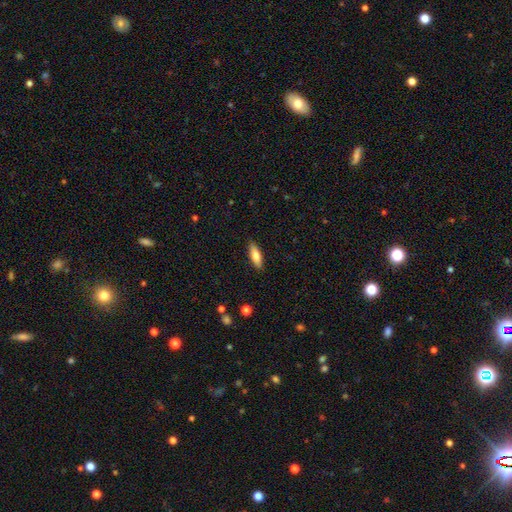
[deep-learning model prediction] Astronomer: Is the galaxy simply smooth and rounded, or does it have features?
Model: smooth — 75%.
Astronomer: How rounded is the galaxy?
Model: in between — 57% (runner-up: cigar-shaped, 41%).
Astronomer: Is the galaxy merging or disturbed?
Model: none — 88%.